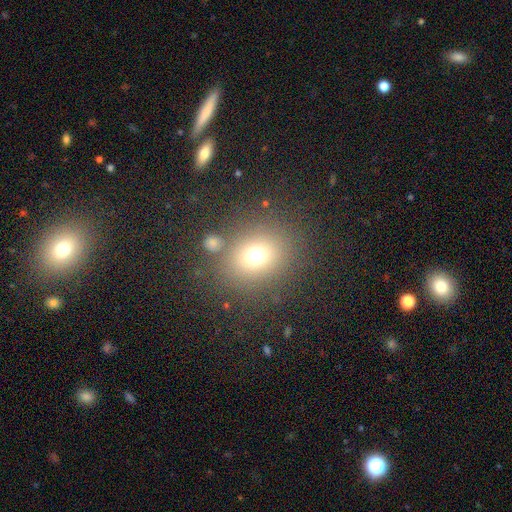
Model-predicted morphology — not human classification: The model was most divided on "how rounded": round: 72%, in between: 27%, cigar-shaped: 1%. More confident: merging — none (74%); smooth or featured — smooth (70%).